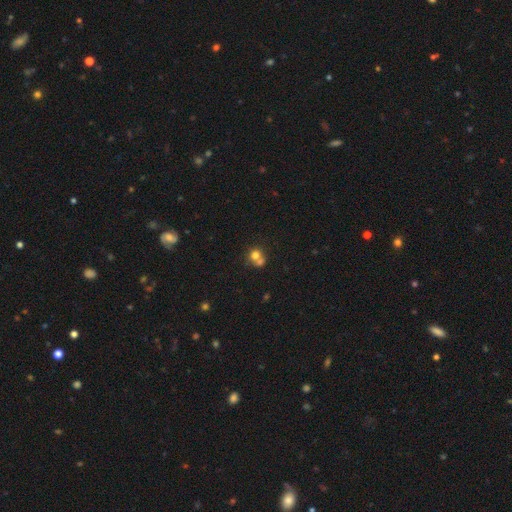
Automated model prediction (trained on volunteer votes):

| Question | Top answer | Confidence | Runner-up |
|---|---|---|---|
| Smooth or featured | smooth | 72% | featured or disk (15%) |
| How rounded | round | 81% | in between (18%) |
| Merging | merger | 52% | none (37%) |